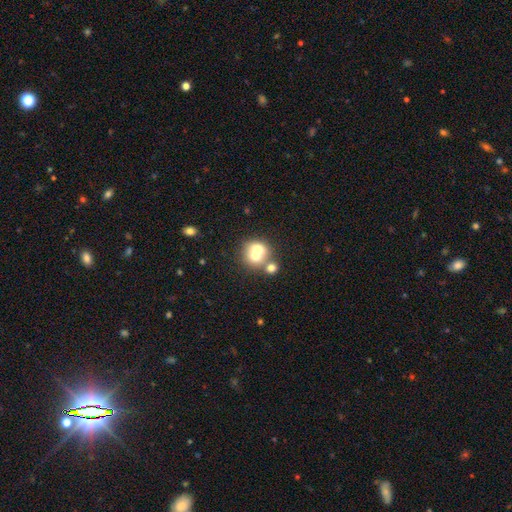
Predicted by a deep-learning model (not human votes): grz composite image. It shows a smooth galaxy with no disk features (63%) that is round (80%). Merging: merger (58%).